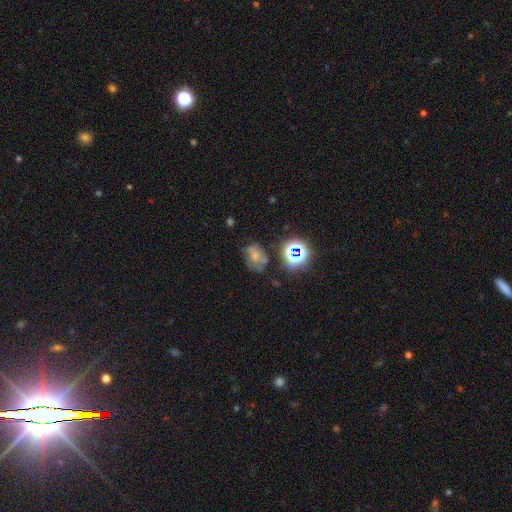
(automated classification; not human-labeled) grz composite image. It shows a smooth galaxy with no disk features (43%). Merging: none (44%).